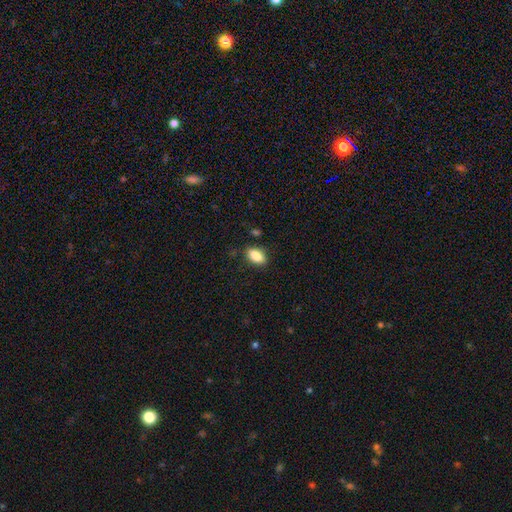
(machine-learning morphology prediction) smooth 87%, star or artifact 8%, featured or disk 6%. Down the decision tree: how rounded — in between (91%); merging — none (85%).